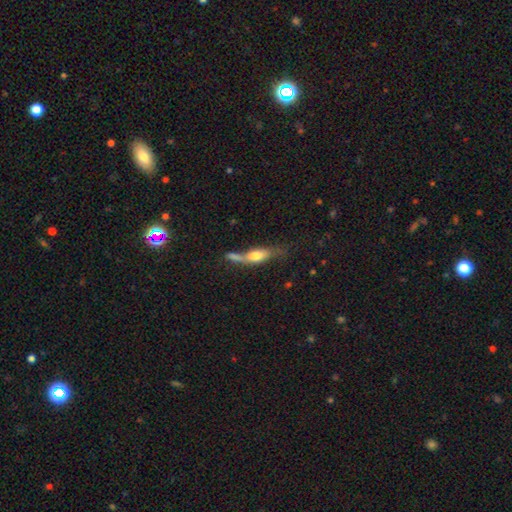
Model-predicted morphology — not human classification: This is possibly a smooth galaxy (57%). How rounded: possibly in between (53%). Merging: marginally merger (37%).